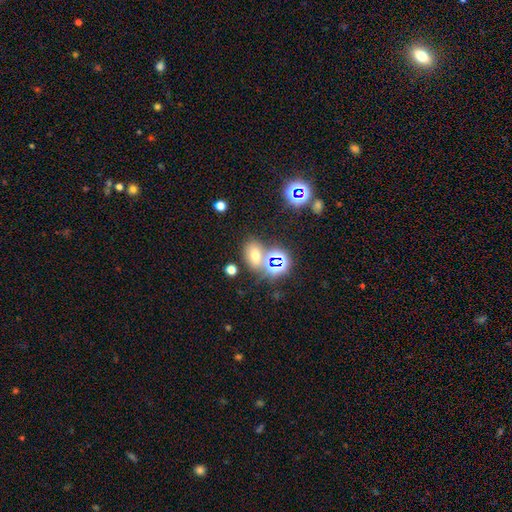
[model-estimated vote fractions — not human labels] smooth-or-featured: smooth: 52% | star or artifact: 35% | featured or disk: 13%
  how-rounded: in between: 71% | round: 27% | cigar-shaped: 2%
  merging: none: 63% | merger: 20% | minor disturbance: 12% | major disturbance: 5%